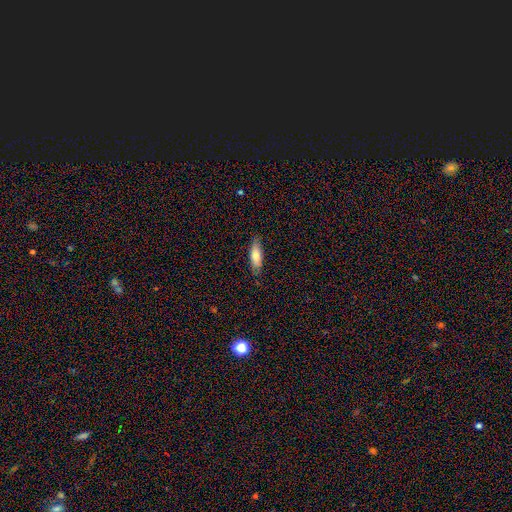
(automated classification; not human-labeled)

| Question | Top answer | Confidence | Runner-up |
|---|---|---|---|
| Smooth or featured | smooth | 73% | featured or disk (21%) |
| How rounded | in between | 50% | cigar-shaped (48%) |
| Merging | none | 80% | minor disturbance (16%) |